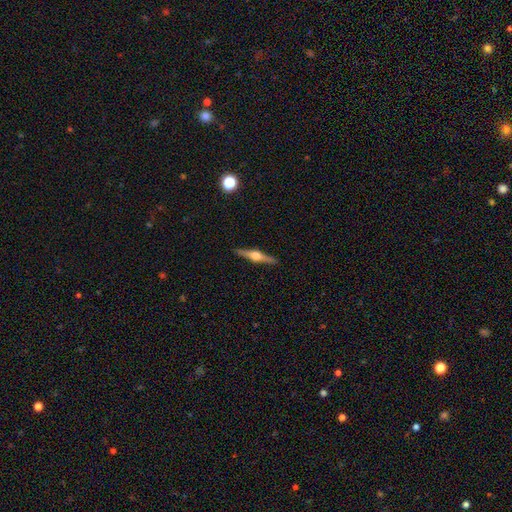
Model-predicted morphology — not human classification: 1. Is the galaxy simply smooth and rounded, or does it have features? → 80% featured or disk, 14% smooth, 5% star or artifact.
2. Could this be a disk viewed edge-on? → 98% yes, 2% no.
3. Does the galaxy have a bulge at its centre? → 95% rounded, 3% boxy, 1% none.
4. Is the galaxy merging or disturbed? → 92% none, 6% minor disturbance, 1% major disturbance, 1% merger.